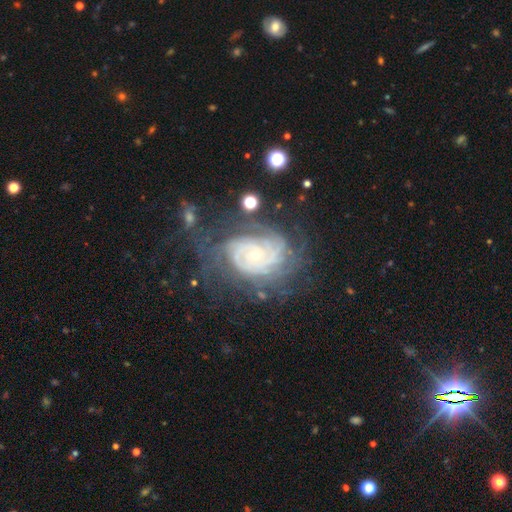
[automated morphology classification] Overall: featured or disk (87%). Edge-on disk: no (97%). Bar: no (76%). Spiral arms: yes (97%). Spiral arm count: can't tell (33%; 4 18%). Spiral winding: tight (77%). Bulge size: small (79%). Merging: none (57%; minor disturbance 22%).